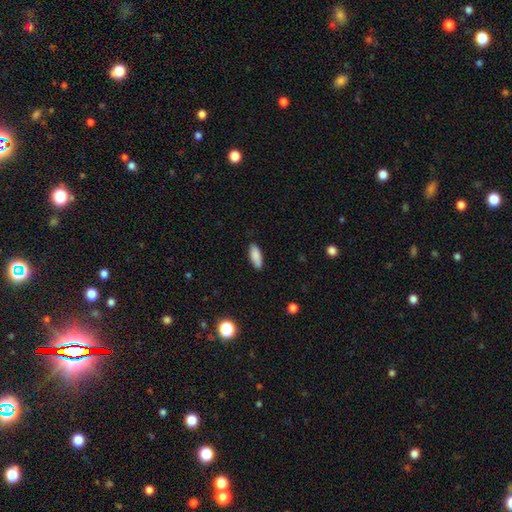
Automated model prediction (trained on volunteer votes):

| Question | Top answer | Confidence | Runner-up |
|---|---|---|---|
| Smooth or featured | smooth | 87% | star or artifact (7%) |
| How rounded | in between | 72% | cigar-shaped (27%) |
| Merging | none | 84% | minor disturbance (12%) |